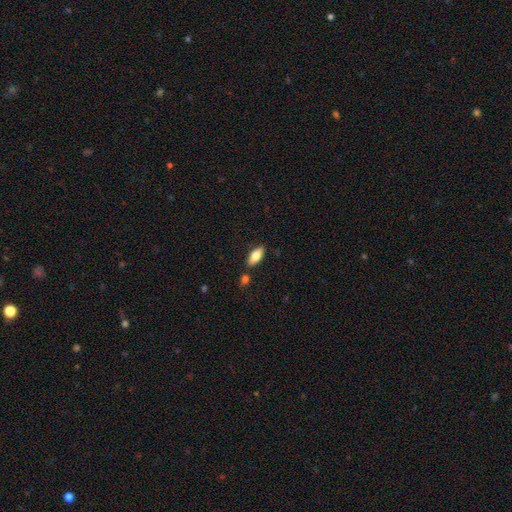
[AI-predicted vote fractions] smooth_or_featured: smooth (p=0.77) [alt: featured or disk p=0.17]
how_rounded: in between (p=0.83) [alt: cigar-shaped p=0.15]
merging: none (p=0.84) [alt: minor disturbance p=0.10]